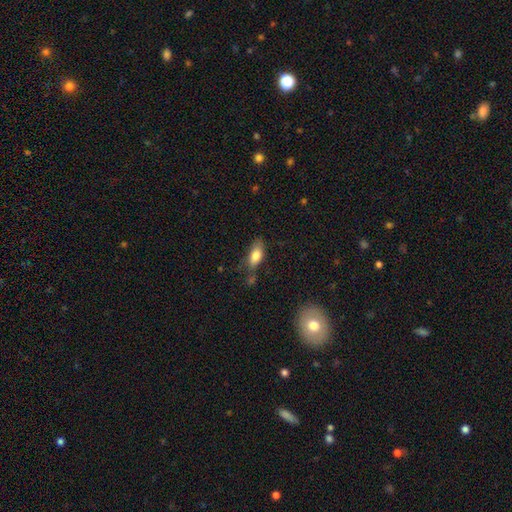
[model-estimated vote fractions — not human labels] Overall: smooth (78%). How rounded: in between (80%). Merging: none (58%; minor disturbance 26%).